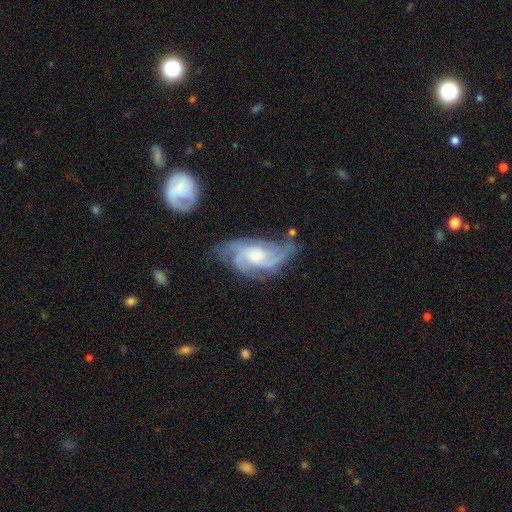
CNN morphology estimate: This appears to be a featured or disk galaxy (86%) with no bar (60%), 3 (43%) medium (47%) spiral arms (97%) and a moderate central bulge (47%). Merging: none (62%).